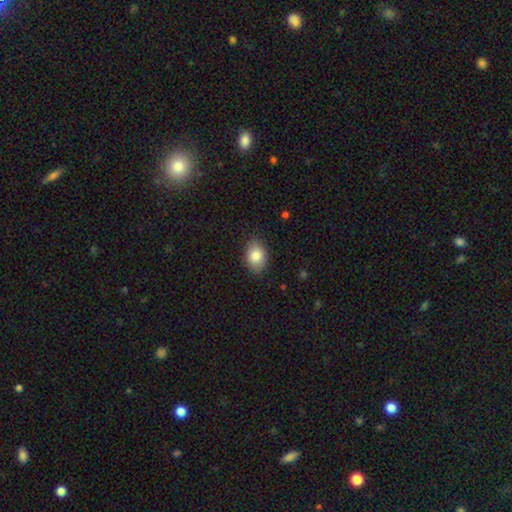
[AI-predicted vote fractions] Morphology: type=smooth (83%); roundness=in between (78%); merging=none (86%).